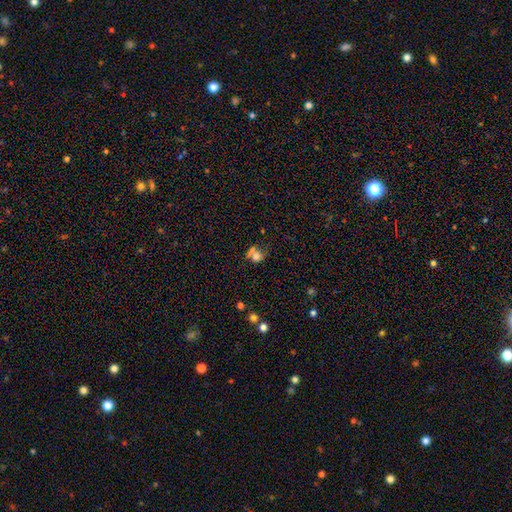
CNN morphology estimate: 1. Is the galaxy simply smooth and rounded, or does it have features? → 68% smooth, 16% featured or disk, 15% star or artifact.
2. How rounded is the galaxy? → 69% round, 29% in between, 2% cigar-shaped.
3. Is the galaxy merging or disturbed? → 38% none, 35% merger, 15% minor disturbance, 12% major disturbance.